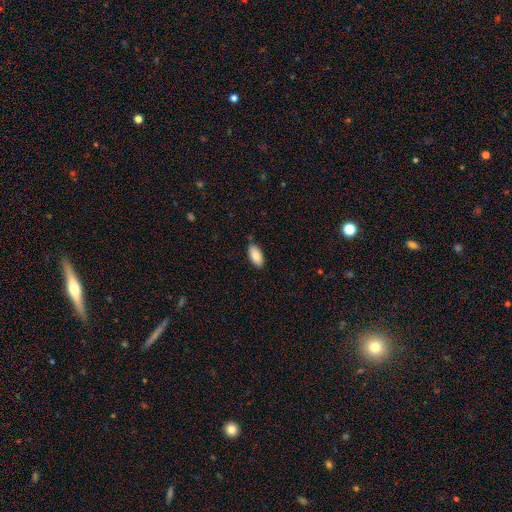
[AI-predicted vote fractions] Smooth or featured: smooth — 84% (featured or disk — 9%)
How rounded: in between — 92% (cigar-shaped — 6%)
Merging: none — 85% (minor disturbance — 12%)